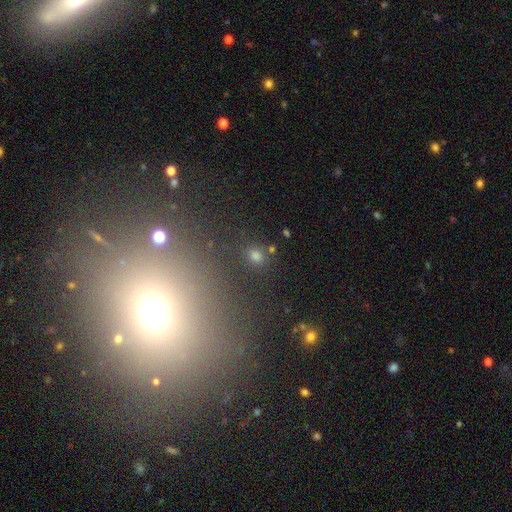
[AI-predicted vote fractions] Q: Smooth or featured?
A: smooth (69%); runner-up: star or artifact (24%)
Q: How rounded?
A: round (80%); runner-up: in between (18%)
Q: Merging?
A: none (85%); runner-up: minor disturbance (8%)